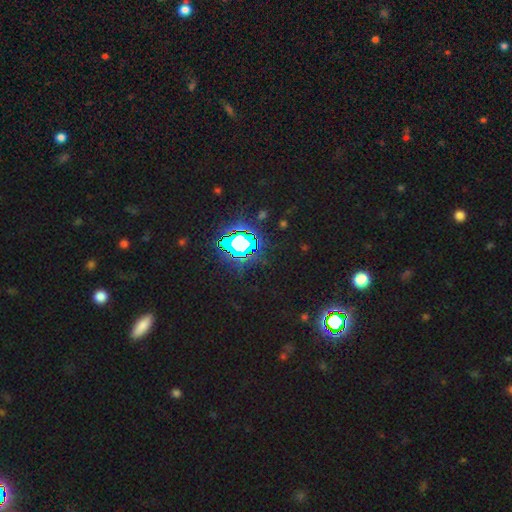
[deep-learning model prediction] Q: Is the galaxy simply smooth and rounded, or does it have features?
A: star or artifact — 81%.